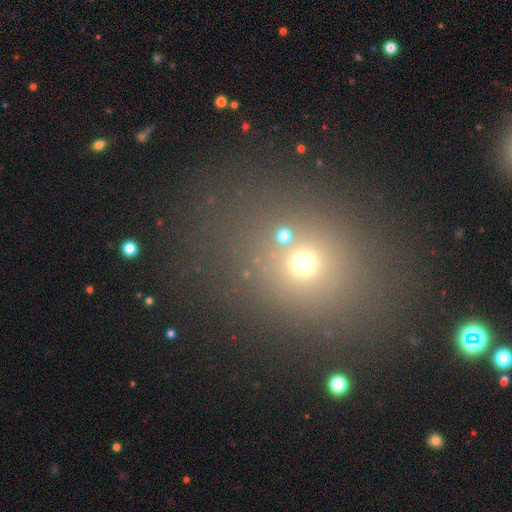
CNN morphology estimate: The model was most divided on "smooth or featured": smooth: 53%, star or artifact: 37%, featured or disk: 11%. More confident: merging — none (78%); how rounded — round (61%).